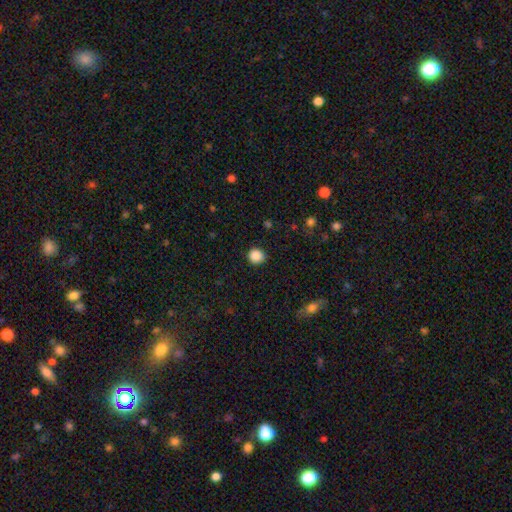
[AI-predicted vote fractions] A smooth galaxy with no disk features (88%) that is round (89%). Merging: none (91%).